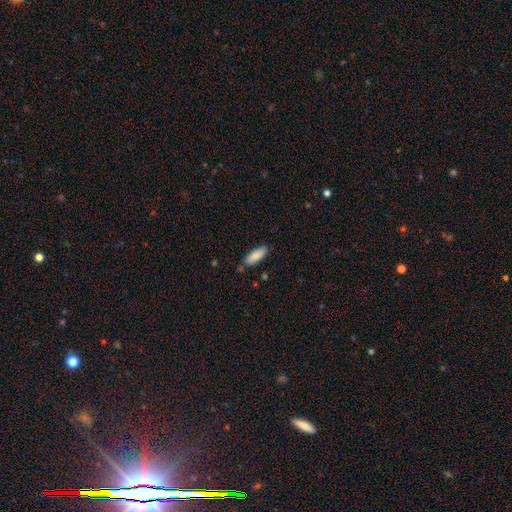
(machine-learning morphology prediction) smooth_or_featured: smooth (p=0.87) [alt: featured or disk p=0.07]
how_rounded: in between (p=0.69) [alt: cigar-shaped p=0.30]
merging: none (p=0.81) [alt: minor disturbance p=0.13]